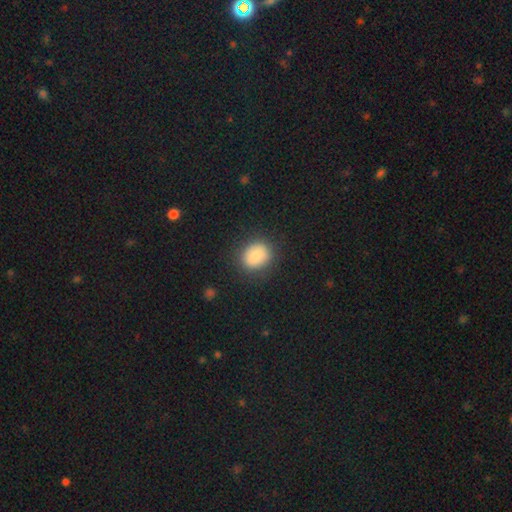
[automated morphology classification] A smooth galaxy with no disk features (87%) that is round (51%). Merging: none (82%).